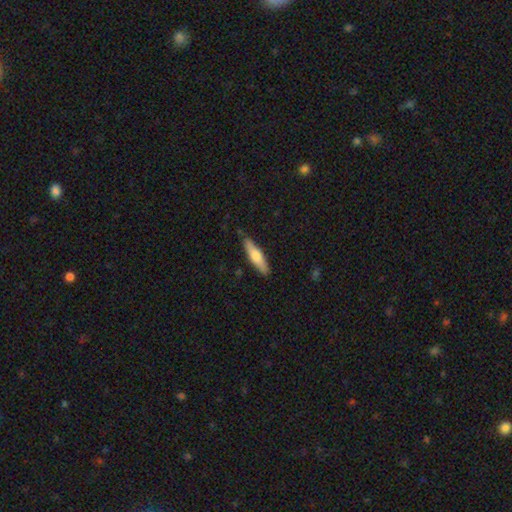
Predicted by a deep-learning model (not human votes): This is likely a smooth galaxy (63%). How rounded: likely cigar-shaped (74%). Merging: clearly none (85%).